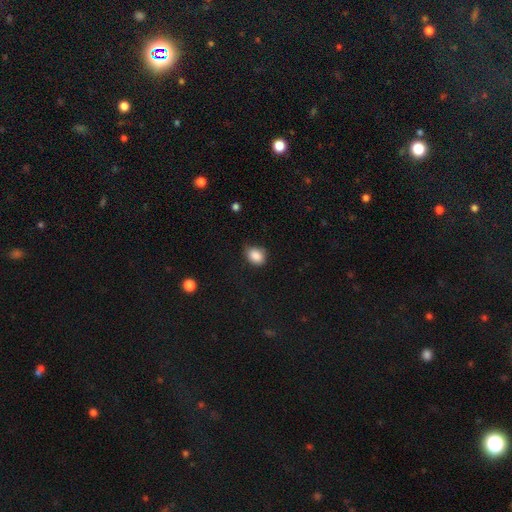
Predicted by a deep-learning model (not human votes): This is clearly a smooth galaxy (87%). How rounded: likely in between (63%). Merging: likely none (65%).